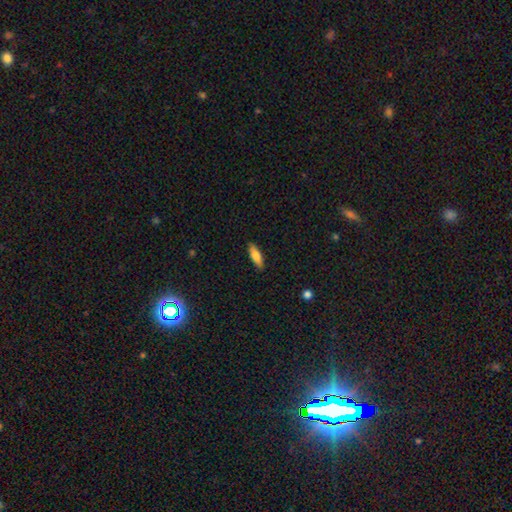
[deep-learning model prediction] A smooth galaxy with no disk features (74%) that is in between round and cigar-shaped (49%, tied with cigar-shaped). Merging: none (89%).